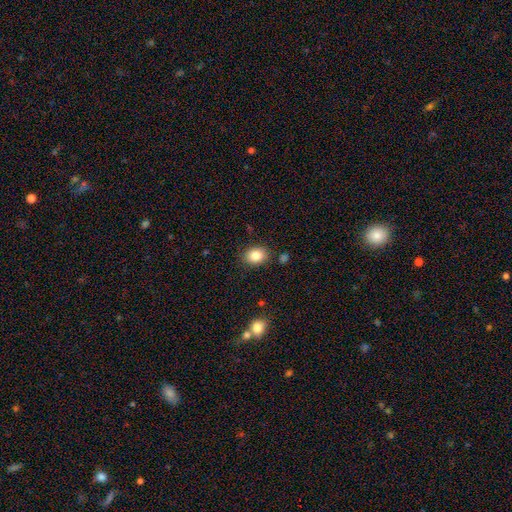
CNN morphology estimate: Smooth or featured? Predicted: smooth (p=0.84). How rounded? Predicted: in between (p=0.61). Merging? Predicted: none (p=0.85).